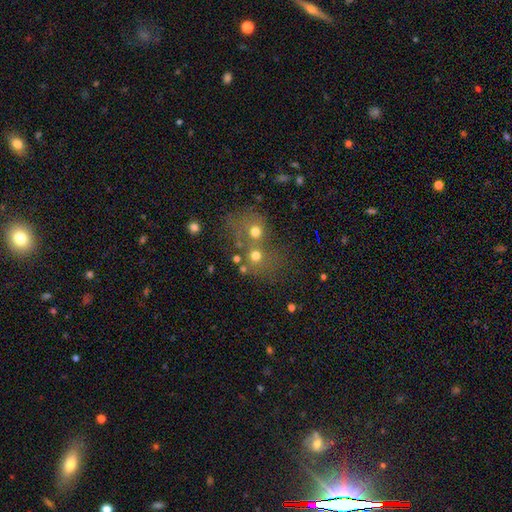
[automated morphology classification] This appears to be a smooth galaxy with no disk features (63%) that is round (79%). Merging: merger (50%).